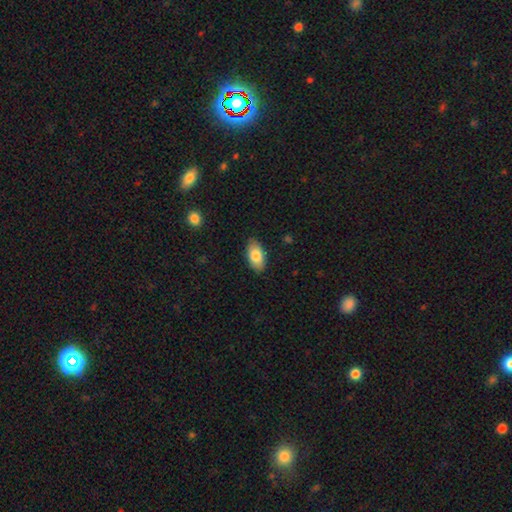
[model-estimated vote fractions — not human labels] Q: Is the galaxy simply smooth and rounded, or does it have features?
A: smooth — 83%.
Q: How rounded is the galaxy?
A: in between — 93%.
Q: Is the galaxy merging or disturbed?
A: none — 86%.